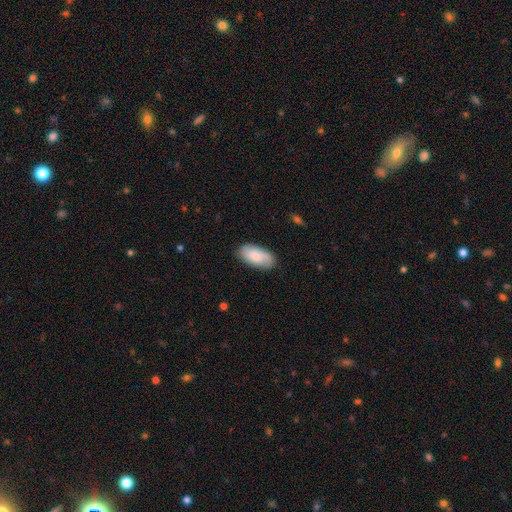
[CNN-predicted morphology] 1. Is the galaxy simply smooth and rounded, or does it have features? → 73% smooth, 21% featured or disk, 6% star or artifact.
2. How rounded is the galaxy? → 93% in between, 5% cigar-shaped, 3% round.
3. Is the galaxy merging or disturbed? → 80% none, 15% minor disturbance, 3% major disturbance, 1% merger.